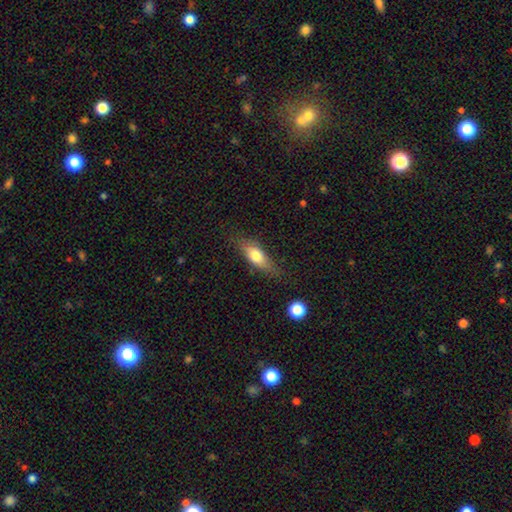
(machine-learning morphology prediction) This is likely a smooth galaxy (69%). How rounded: likely in between (64%). Merging: likely none (73%).